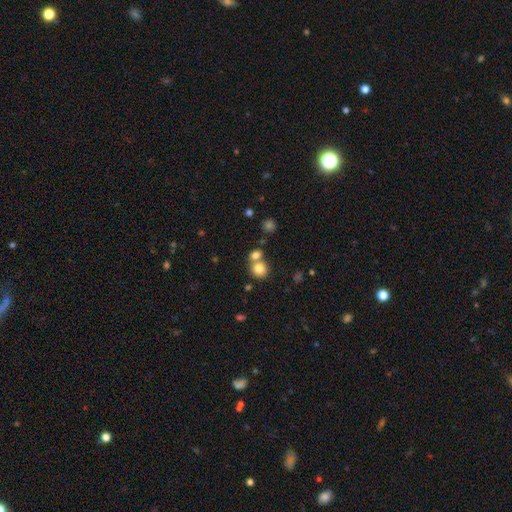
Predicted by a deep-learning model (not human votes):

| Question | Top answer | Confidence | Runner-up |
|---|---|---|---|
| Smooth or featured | smooth | 79% | star or artifact (11%) |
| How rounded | round | 77% | in between (22%) |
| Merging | none | 48% | merger (42%) |